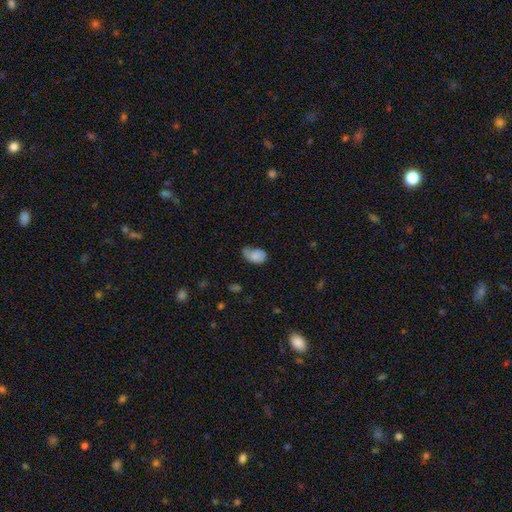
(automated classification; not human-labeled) smooth-or-featured: smooth: 71% | featured or disk: 20% | star or artifact: 9%
  how-rounded: in between: 84% | round: 14% | cigar-shaped: 1%
  merging: minor disturbance: 37% | none: 33% | major disturbance: 24% | merger: 6%